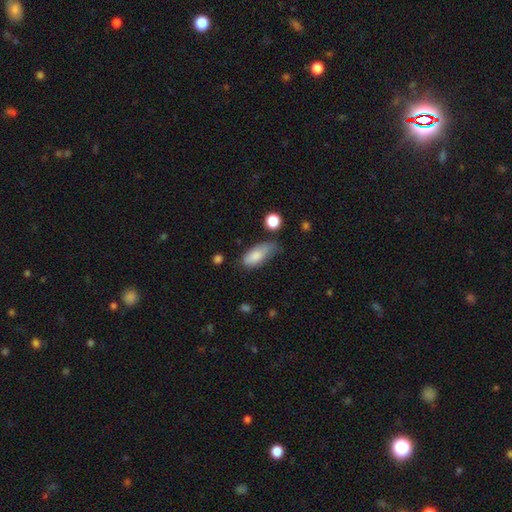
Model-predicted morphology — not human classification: This appears to be a smooth galaxy with no disk features (82%) that is in between round and cigar-shaped (84%). Merging: none (42%).